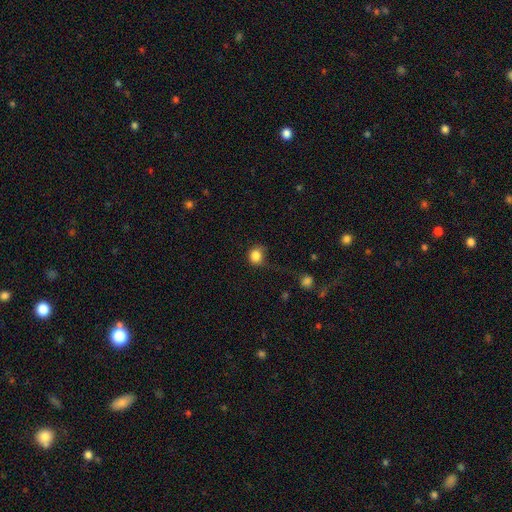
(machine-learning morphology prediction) smooth-or-featured: smooth: 84% | star or artifact: 11% | featured or disk: 5%
  how-rounded: round: 79% | in between: 20% | cigar-shaped: 1%
  merging: none: 61% | minor disturbance: 24% | major disturbance: 12% | merger: 2%